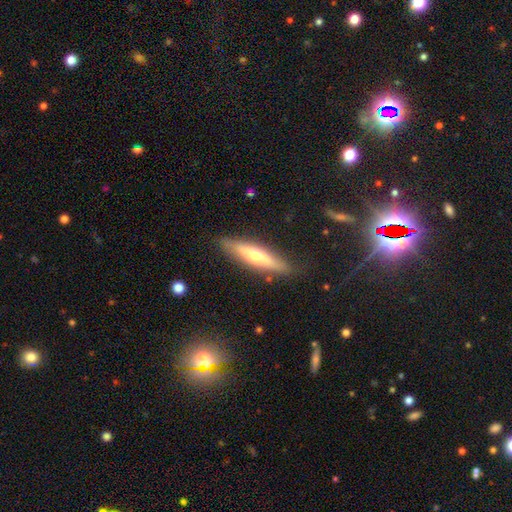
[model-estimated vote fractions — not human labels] This is possibly a smooth galaxy (47%). Merging: clearly none (86%).